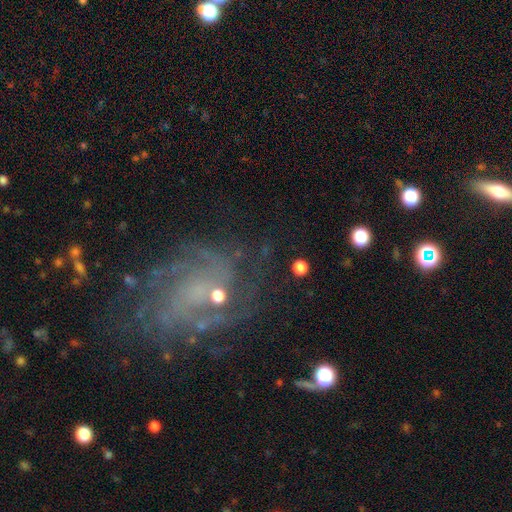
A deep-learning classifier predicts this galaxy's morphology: Smooth or featured? featured or disk (70%)
Edge-on disk? no (96%)
Bar? no (61%)
Spiral arms? yes (84%)
Spiral winding? tight (45%)
Spiral arm count? can't tell (46%)
Bulge size? small (61%)
Merging? none (66%)